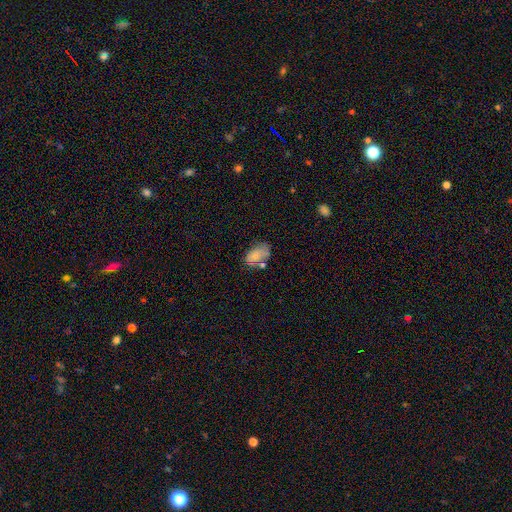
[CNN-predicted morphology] smooth 68%, featured or disk 22%, star or artifact 10%. Down the decision tree: how rounded — in between (88%); merging — none (46%).